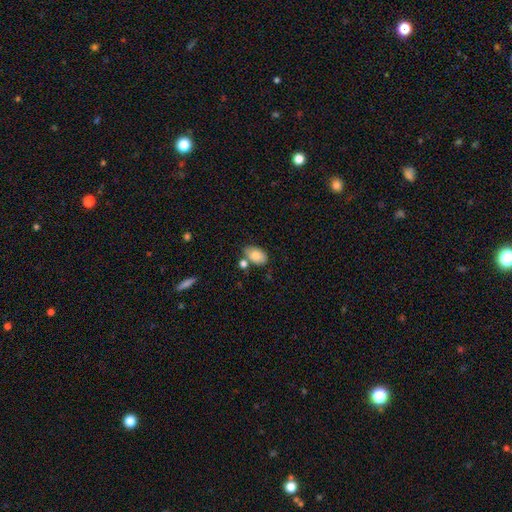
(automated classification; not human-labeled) Overall: smooth (82%). How rounded: in between (90%). Merging: none (65%).